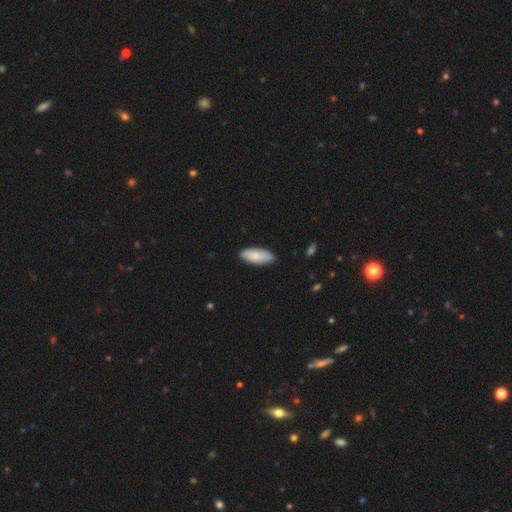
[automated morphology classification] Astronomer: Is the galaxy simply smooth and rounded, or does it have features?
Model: smooth — 83%.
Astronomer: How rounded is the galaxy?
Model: in between — 83%.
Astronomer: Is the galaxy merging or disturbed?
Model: none — 86%.